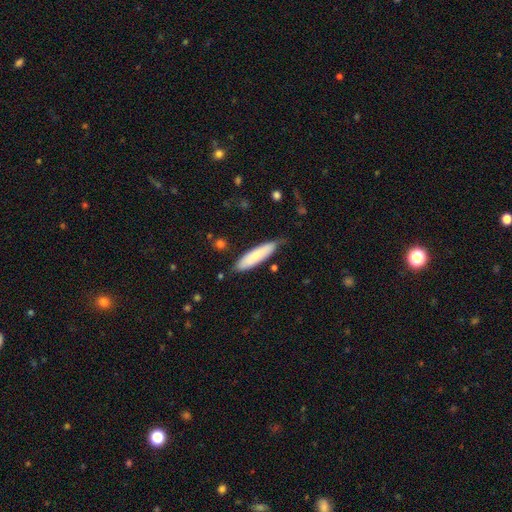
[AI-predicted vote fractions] Q: Smooth or featured?
A: smooth (75%); runner-up: featured or disk (20%)
Q: How rounded?
A: cigar-shaped (71%); runner-up: in between (28%)
Q: Merging?
A: none (77%); runner-up: minor disturbance (18%)